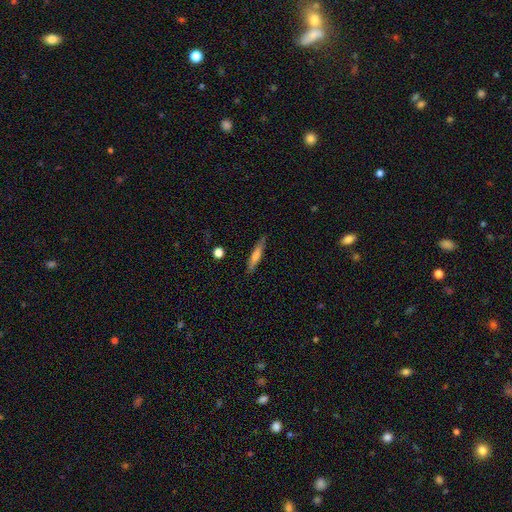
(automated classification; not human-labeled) Smooth or featured? smooth (63%)
How rounded? cigar-shaped (89%)
Merging? none (85%)